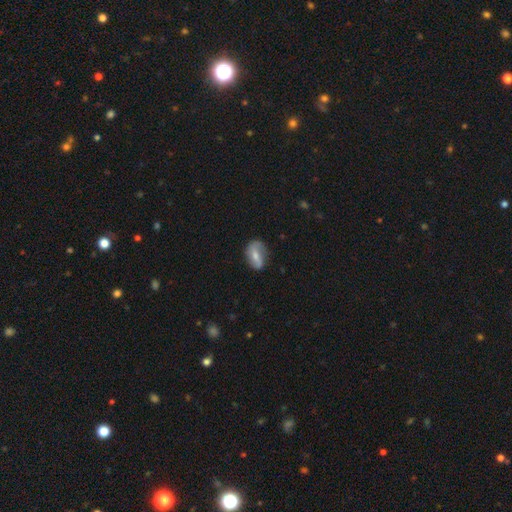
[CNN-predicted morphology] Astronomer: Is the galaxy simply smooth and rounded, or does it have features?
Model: featured or disk — 53% (runner-up: smooth, 40%).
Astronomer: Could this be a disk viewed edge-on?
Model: no — 95%.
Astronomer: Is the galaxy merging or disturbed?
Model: none — 61%.